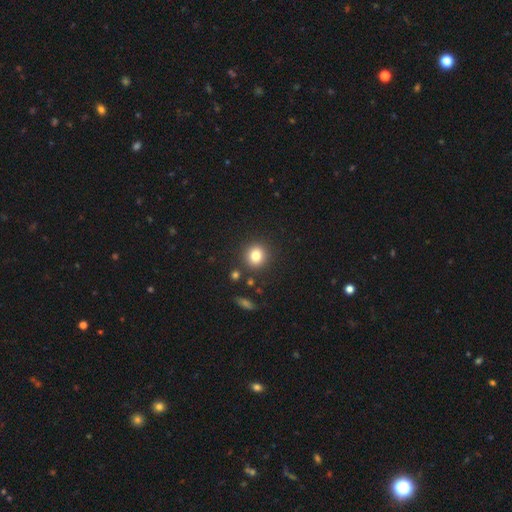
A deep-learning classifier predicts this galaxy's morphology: Smooth or featured: smooth — 81% (star or artifact — 12%)
How rounded: round — 85% (in between — 14%)
Merging: none — 86% (minor disturbance — 8%)